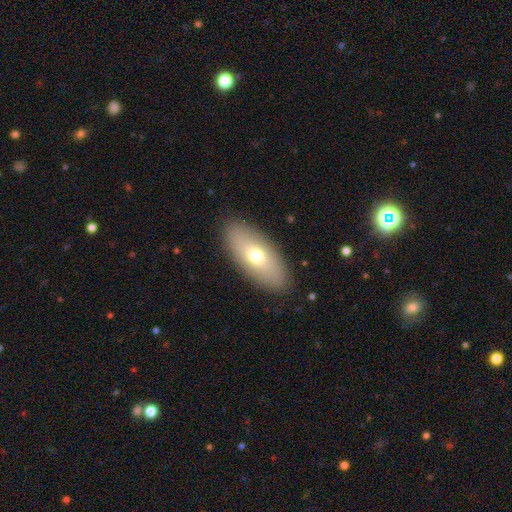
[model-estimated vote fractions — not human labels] A smooth galaxy with no disk features (66%) that is in between round and cigar-shaped (85%).

Vote fractions:
- Smooth or featured? smooth: 66% / featured or disk: 26% / star or artifact: 7%
- How rounded? in between: 85% / cigar-shaped: 11% / round: 3%
- Merging? none: 88% / minor disturbance: 9% / major disturbance: 3% / merger: 1%